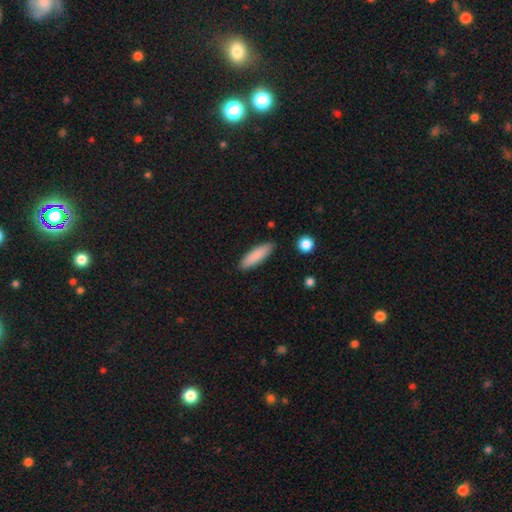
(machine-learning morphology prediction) Smooth or featured? smooth (86%)
How rounded? cigar-shaped (60%)
Merging? none (87%)